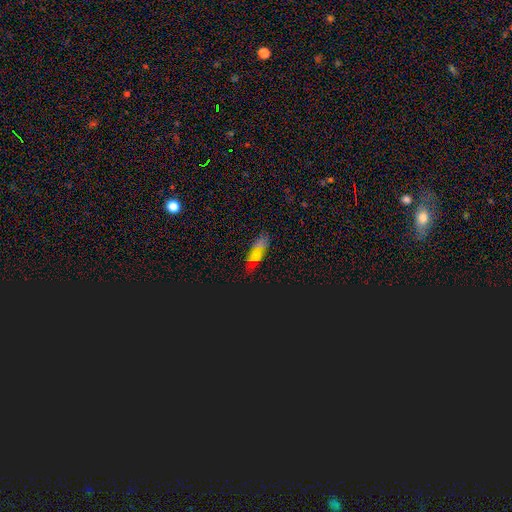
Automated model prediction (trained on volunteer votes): A smooth galaxy with no disk features (43%). Merging: none (64%).